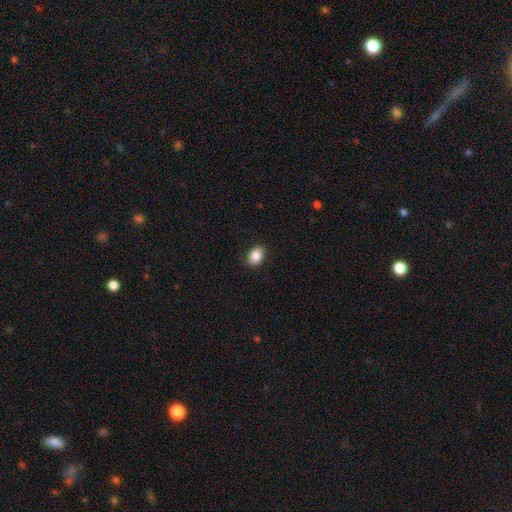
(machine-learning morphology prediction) Smooth or featured?
  - smooth: 85% *
  - star or artifact: 8%
  - featured or disk: 7%
How rounded?
  - in between: 71% *
  - round: 28%
  - cigar-shaped: 1%
Merging?
  - none: 85% *
  - minor disturbance: 12%
  - major disturbance: 2%
  - merger: 1%